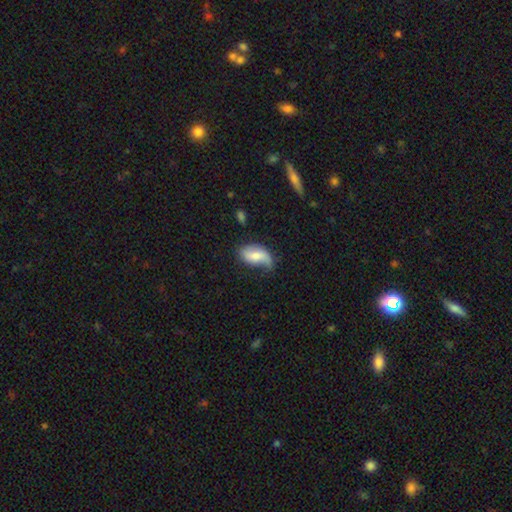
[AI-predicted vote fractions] Smooth or featured?
  - smooth: 49% *
  - featured or disk: 44%
  - star or artifact: 7%
Merging?
  - none: 43% *
  - minor disturbance: 36%
  - major disturbance: 18%
  - merger: 3%